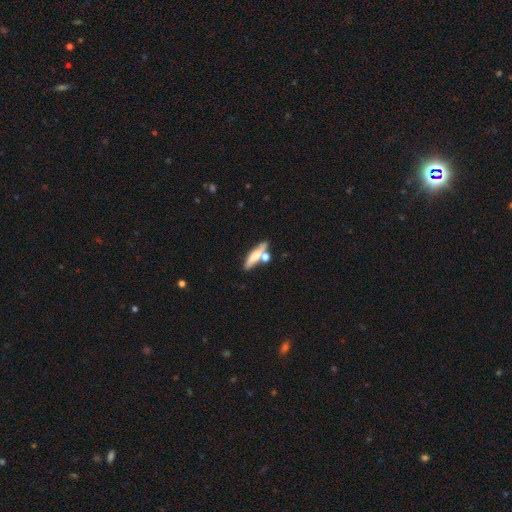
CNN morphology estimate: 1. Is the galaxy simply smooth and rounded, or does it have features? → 59% smooth, 34% featured or disk, 8% star or artifact.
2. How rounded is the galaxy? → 71% cigar-shaped, 24% in between, 5% round.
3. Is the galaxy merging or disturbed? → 55% none, 26% merger, 13% minor disturbance, 6% major disturbance.